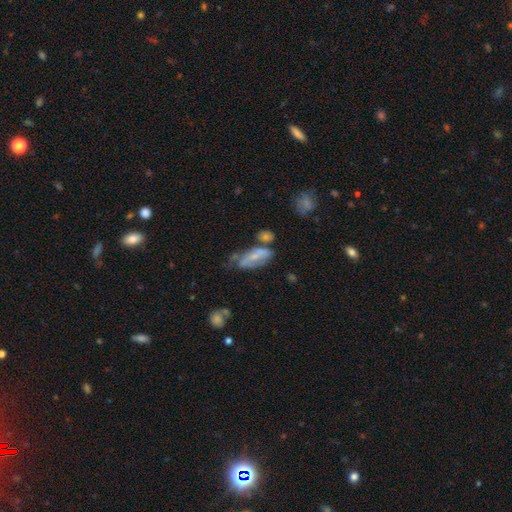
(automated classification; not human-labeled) Smooth or featured: smooth — 46% (featured or disk — 45%)
Merging: none — 36% (minor disturbance — 28%)